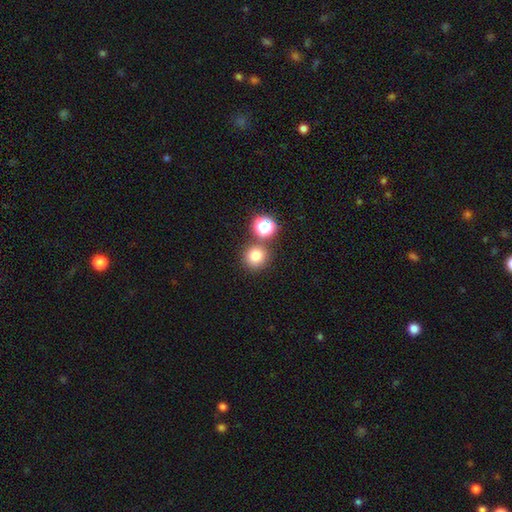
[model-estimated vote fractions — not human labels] Q: Smooth or featured?
A: smooth (76%); runner-up: star or artifact (17%)
Q: How rounded?
A: round (92%); runner-up: in between (7%)
Q: Merging?
A: none (74%); runner-up: merger (15%)